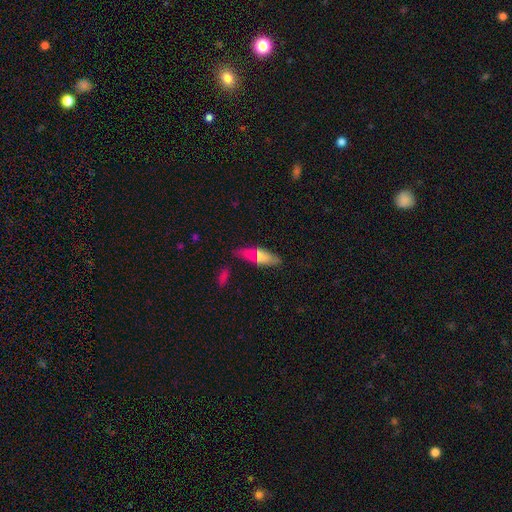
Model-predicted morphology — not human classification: Smooth or featured? smooth (51%)
How rounded? cigar-shaped (64%)
Merging? none (76%)